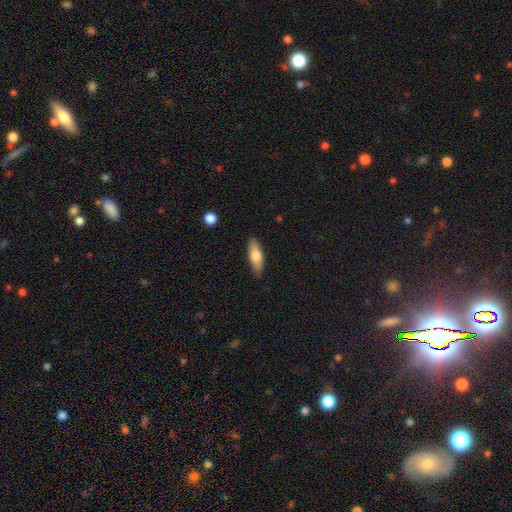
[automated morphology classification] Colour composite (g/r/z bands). It shows a smooth galaxy with no disk features (71%) that is in between round and cigar-shaped (60%). Merging: none (85%).